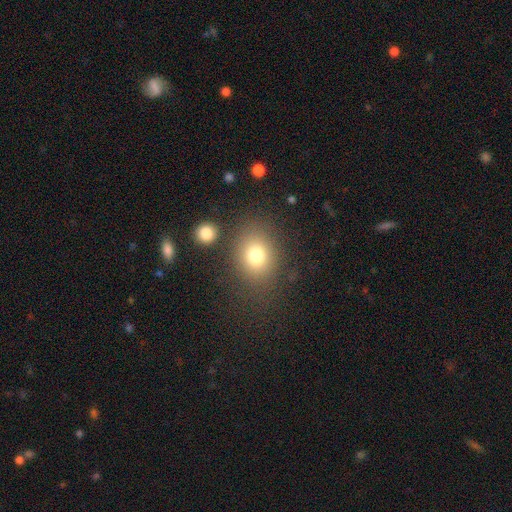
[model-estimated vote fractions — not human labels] Smooth or featured? smooth (77%)
How rounded? in between (50%)
Merging? none (76%)